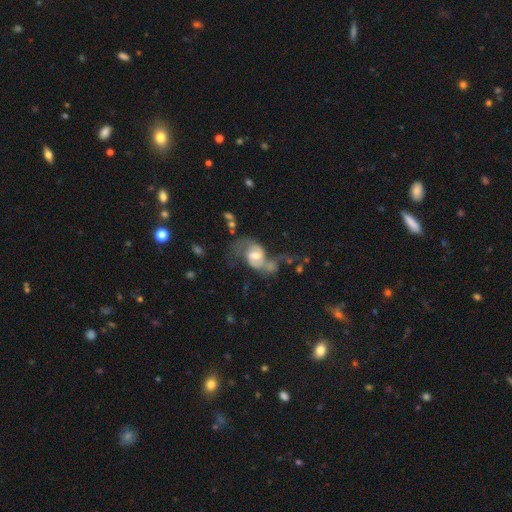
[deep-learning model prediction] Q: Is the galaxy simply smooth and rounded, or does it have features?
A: featured or disk — 75%.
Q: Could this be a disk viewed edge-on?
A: no — 97%.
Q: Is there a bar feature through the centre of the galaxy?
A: weak — 45%.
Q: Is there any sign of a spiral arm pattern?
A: yes — 87%.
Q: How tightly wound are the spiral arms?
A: loose — 44%.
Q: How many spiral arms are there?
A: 2 — 84%.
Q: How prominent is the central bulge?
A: moderate — 66%.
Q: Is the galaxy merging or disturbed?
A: none — 32%.